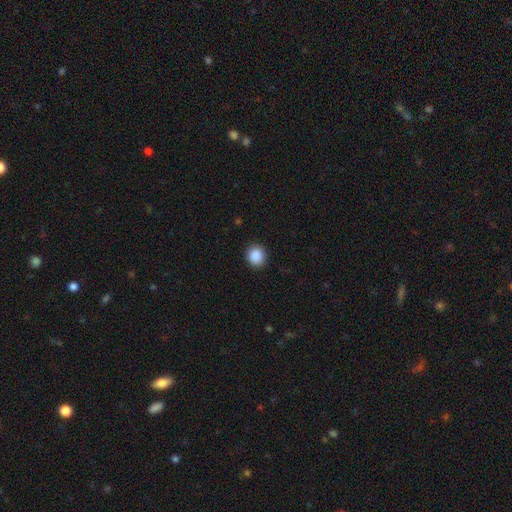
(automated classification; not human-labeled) The model was most divided on "how rounded": round: 84%, in between: 15%, cigar-shaped: 1%. More confident: merging — none (91%); smooth or featured — smooth (88%).